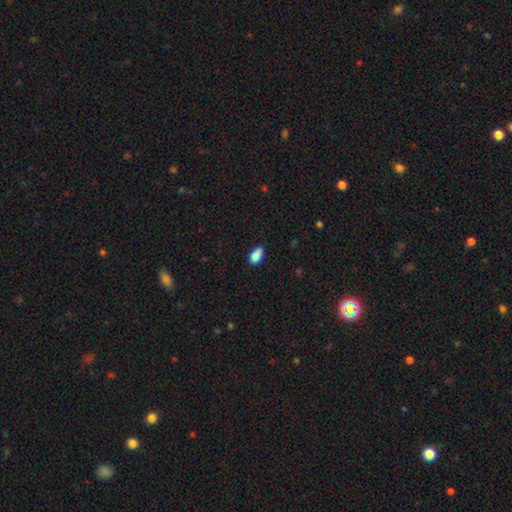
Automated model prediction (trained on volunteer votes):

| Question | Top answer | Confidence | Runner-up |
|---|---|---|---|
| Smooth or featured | smooth | 85% | star or artifact (9%) |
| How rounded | in between | 89% | round (8%) |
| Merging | none | 63% | minor disturbance (28%) |